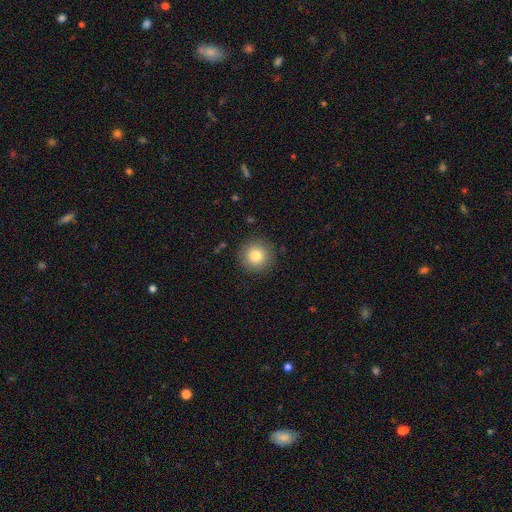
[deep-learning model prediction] Overall: smooth (82%). How rounded: round (95%). Merging: none (90%).